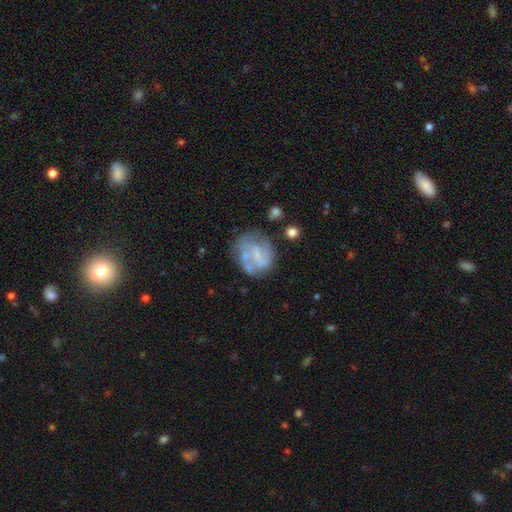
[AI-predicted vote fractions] A featured or disk galaxy (65%) with no bar (61%), spiral arms (58%) and a small central bulge (44%). Merging: none (53%).